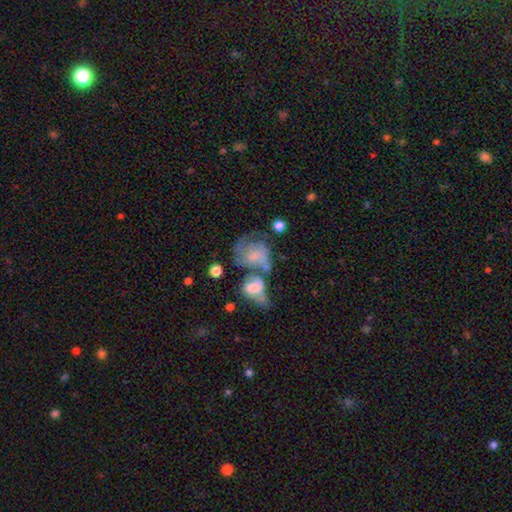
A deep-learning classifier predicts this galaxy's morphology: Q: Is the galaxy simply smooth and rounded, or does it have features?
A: featured or disk — 54%.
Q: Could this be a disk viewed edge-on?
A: no — 97%.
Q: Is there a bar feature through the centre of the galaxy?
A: no — 71%.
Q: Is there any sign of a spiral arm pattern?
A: yes — 70%.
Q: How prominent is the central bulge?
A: small — 43%.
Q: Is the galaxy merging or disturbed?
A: merger — 38%.